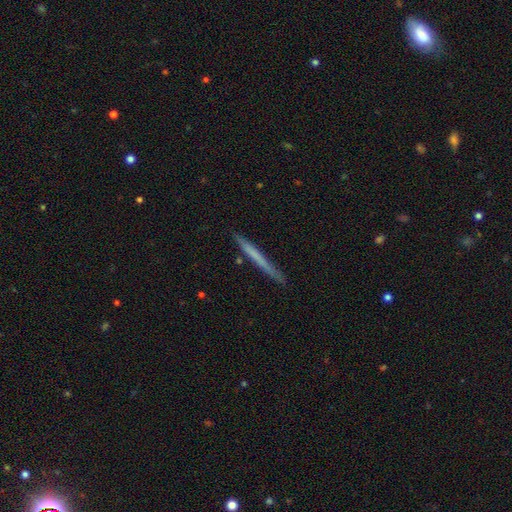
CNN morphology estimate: Q: Smooth or featured?
A: smooth (55%); runner-up: featured or disk (39%)
Q: How rounded?
A: cigar-shaped (97%); runner-up: in between (2%)
Q: Merging?
A: none (89%); runner-up: minor disturbance (8%)